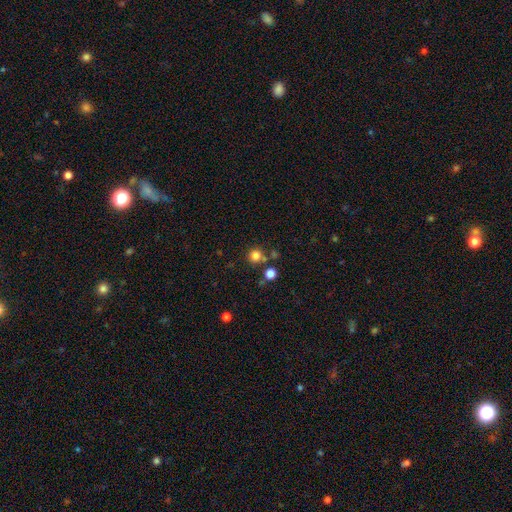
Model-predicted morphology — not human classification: Smooth or featured? smooth (80%)
How rounded? round (93%)
Merging? none (76%)